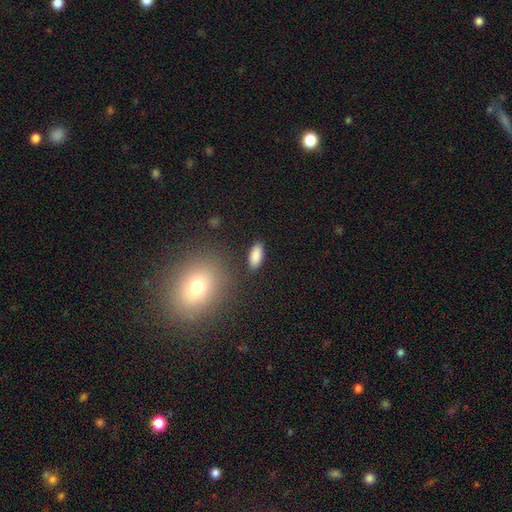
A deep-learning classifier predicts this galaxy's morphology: smooth_or_featured: smooth (p=0.87) [alt: star or artifact p=0.07]
how_rounded: in between (p=0.82) [alt: cigar-shaped p=0.15]
merging: none (p=0.87) [alt: minor disturbance p=0.09]